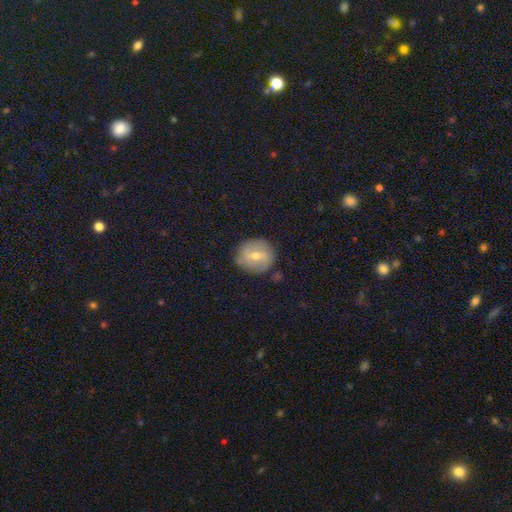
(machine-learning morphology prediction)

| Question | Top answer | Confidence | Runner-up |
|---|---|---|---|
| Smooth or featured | smooth | 49% | featured or disk (37%) |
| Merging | none | 83% | minor disturbance (12%) |